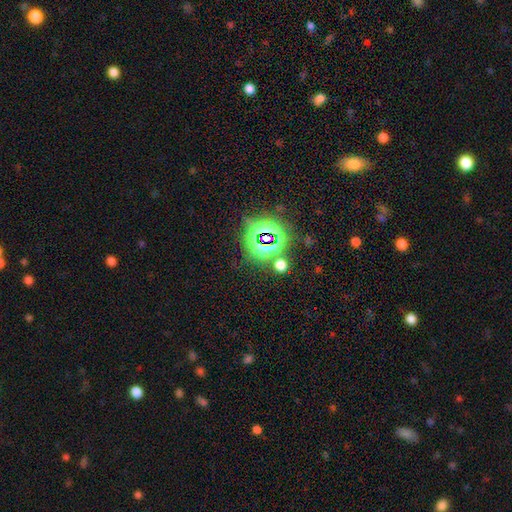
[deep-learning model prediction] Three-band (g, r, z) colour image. It shows a star or artifact, not a galaxy (80%).